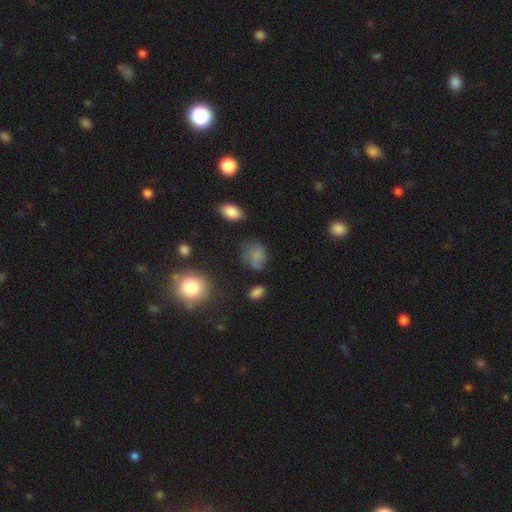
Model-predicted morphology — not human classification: Smooth or featured? smooth (74%)
How rounded? round (59%)
Merging? none (52%)